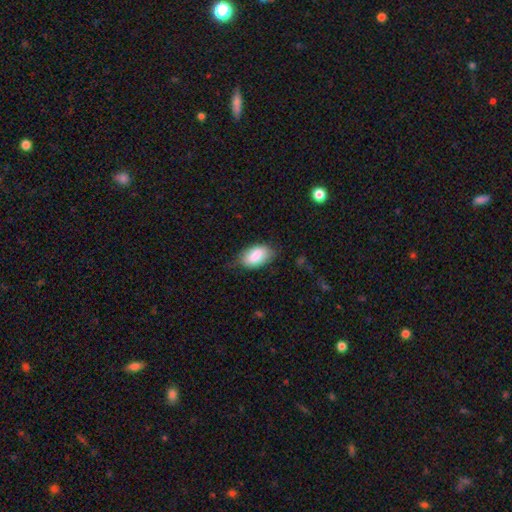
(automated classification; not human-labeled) Overall: smooth (84%). How rounded: in between (93%). Merging: none (66%).